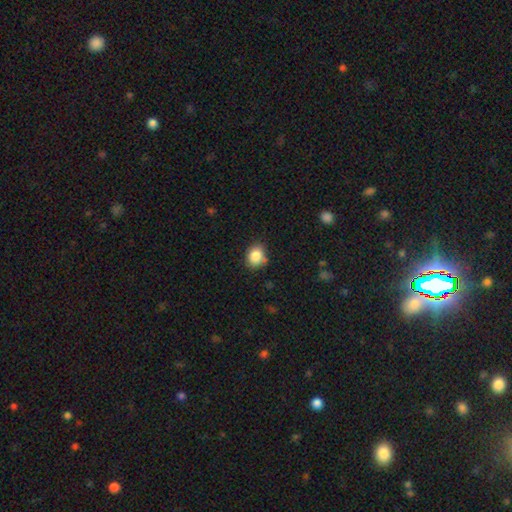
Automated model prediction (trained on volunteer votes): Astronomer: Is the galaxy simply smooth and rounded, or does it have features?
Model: smooth — 85%.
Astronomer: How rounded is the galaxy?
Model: round — 58% (runner-up: in between, 41%).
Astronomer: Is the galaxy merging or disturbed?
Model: none — 75%.